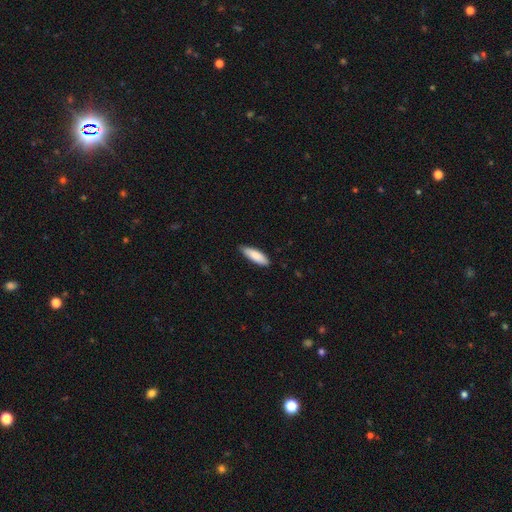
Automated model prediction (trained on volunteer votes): Overall: smooth (85%). How rounded: in between (55%; cigar-shaped 43%). Merging: none (81%).